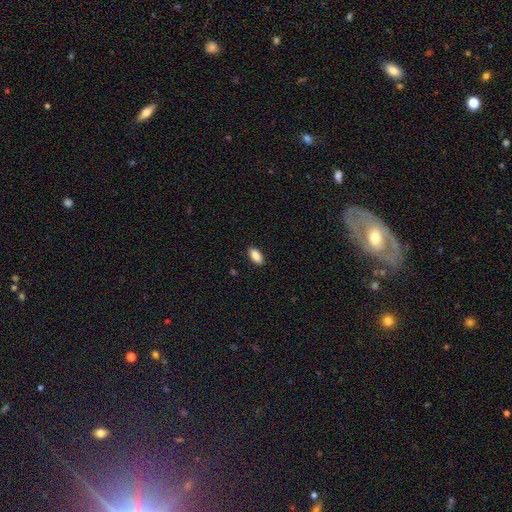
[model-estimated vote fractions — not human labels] Smooth or featured: smooth — 88% (star or artifact — 7%)
How rounded: in between — 91% (cigar-shaped — 6%)
Merging: none — 89% (minor disturbance — 8%)